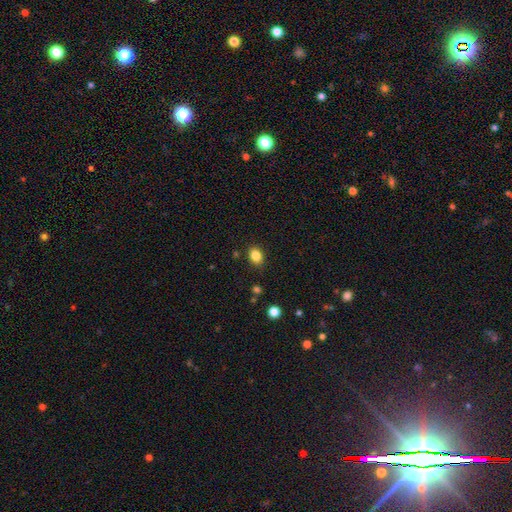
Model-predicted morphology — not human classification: A smooth galaxy with no disk features (84%) that is in between round and cigar-shaped (59%).

Vote fractions:
- Smooth or featured? smooth: 84% / star or artifact: 11% / featured or disk: 5%
- How rounded? in between: 59% / round: 40% / cigar-shaped: 1%
- Merging? none: 85% / minor disturbance: 10% / major disturbance: 3% / merger: 2%